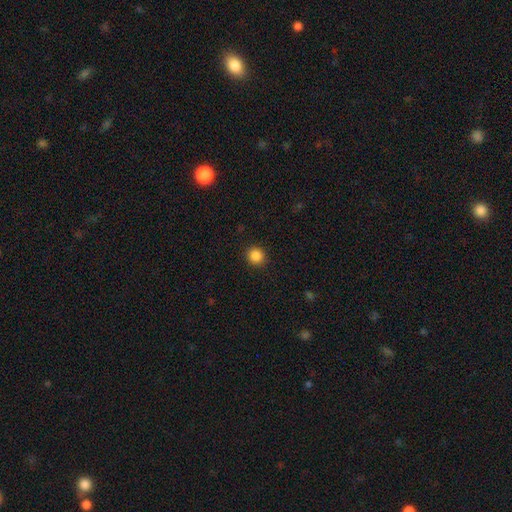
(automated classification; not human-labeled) Q: Smooth or featured?
A: smooth (87%); runner-up: star or artifact (10%)
Q: How rounded?
A: round (91%); runner-up: in between (8%)
Q: Merging?
A: none (92%); runner-up: minor disturbance (5%)